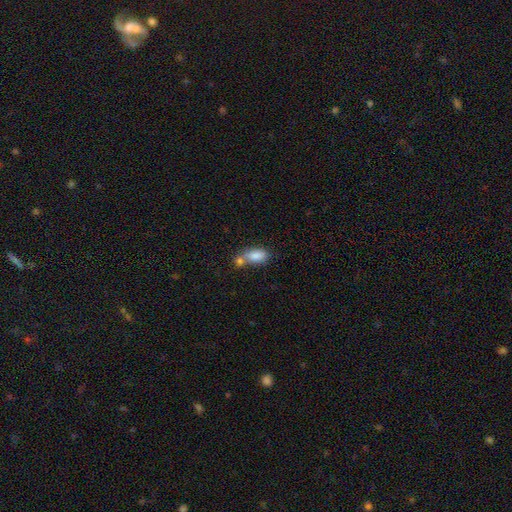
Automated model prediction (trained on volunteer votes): A smooth galaxy with no disk features (82%) that is in between round and cigar-shaped (86%).

Vote fractions:
- Smooth or featured? smooth: 82% / featured or disk: 10% / star or artifact: 8%
- How rounded? in between: 86% / cigar-shaped: 8% / round: 6%
- Merging? merger: 47% / none: 34% / minor disturbance: 13% / major disturbance: 5%